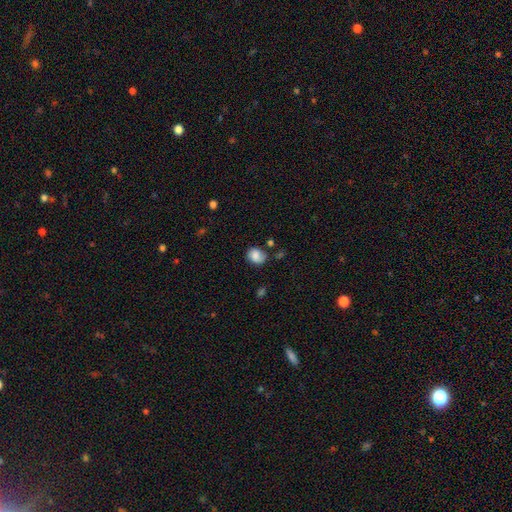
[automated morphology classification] smooth 77%, featured or disk 14%, star or artifact 9%. Down the decision tree: how rounded — round (52%); merging — none (61%).